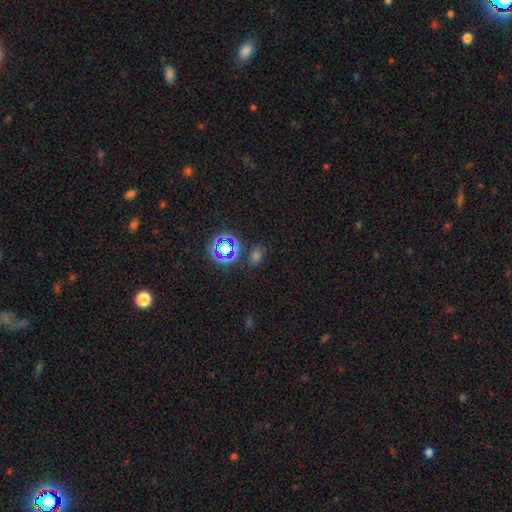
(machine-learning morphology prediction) Overall: star or artifact (48%; smooth 42%).